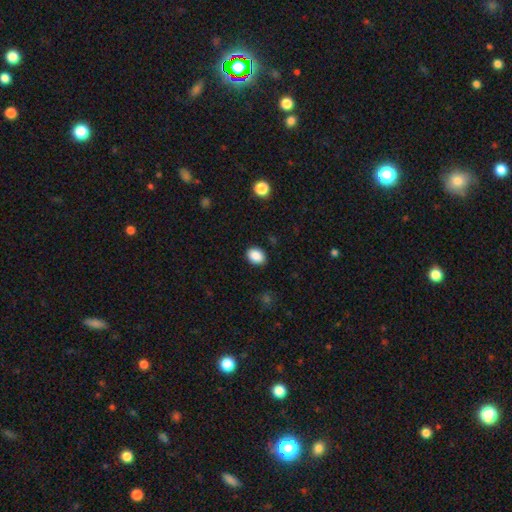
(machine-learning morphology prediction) smooth 89%, star or artifact 8%, featured or disk 3%. Down the decision tree: how rounded — in between (69%); merging — none (88%).